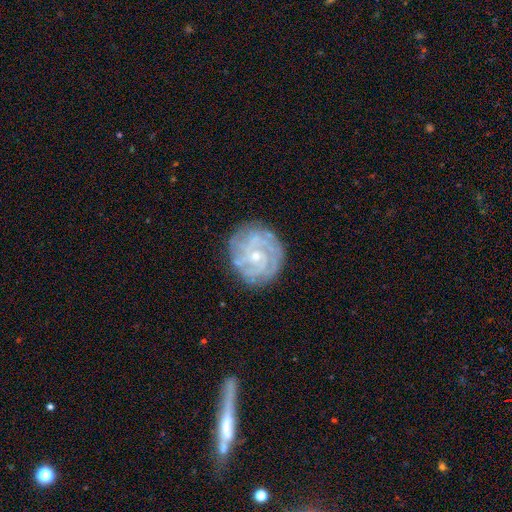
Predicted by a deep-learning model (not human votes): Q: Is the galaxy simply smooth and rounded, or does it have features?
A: featured or disk — 83%.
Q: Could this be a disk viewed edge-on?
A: no — 98%.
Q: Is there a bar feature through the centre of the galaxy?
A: no — 68%.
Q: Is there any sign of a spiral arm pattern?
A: yes — 95%.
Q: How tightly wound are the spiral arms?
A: tight — 72%.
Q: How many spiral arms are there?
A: can't tell — 31%.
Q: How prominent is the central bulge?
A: small — 67%.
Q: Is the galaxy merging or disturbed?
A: none — 80%.